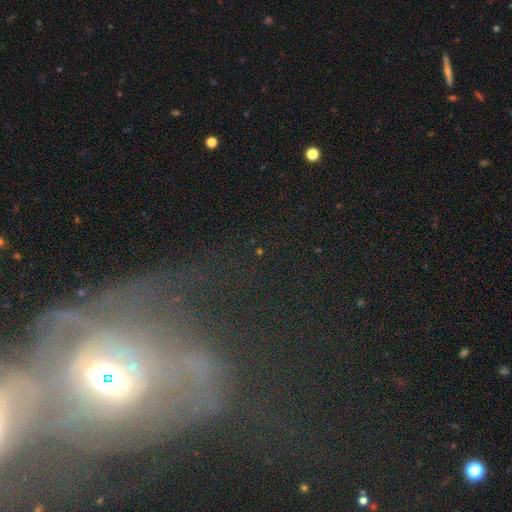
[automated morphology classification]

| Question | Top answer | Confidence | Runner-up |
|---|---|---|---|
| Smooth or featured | featured or disk | 47% | star or artifact (32%) |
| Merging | none | 40% | major disturbance (29%) |